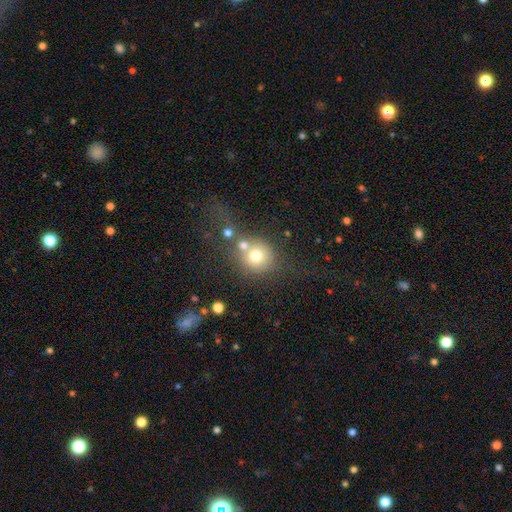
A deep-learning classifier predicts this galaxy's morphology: Smooth or featured? Predicted: smooth (p=0.69). How rounded? Predicted: round (p=0.84). Merging? Predicted: none (p=0.42).